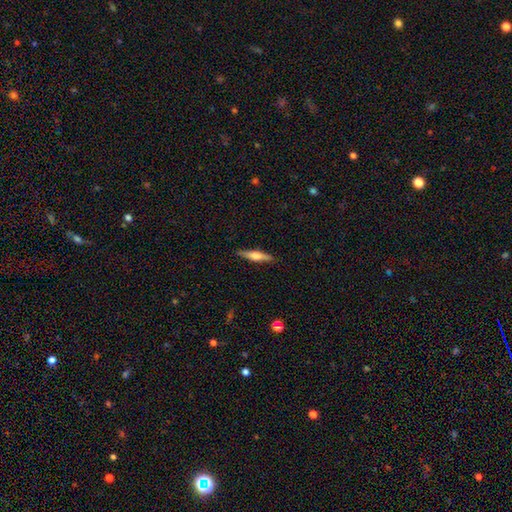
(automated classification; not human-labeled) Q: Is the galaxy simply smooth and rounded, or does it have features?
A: featured or disk — 47%.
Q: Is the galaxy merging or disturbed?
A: none — 88%.